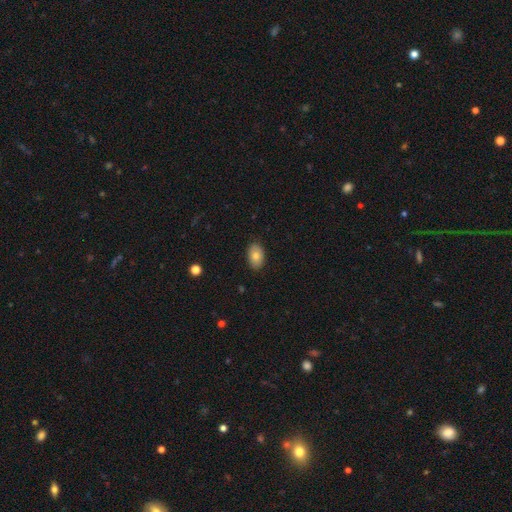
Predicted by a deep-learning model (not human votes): This appears to be a smooth galaxy with no disk features (78%) that is in between round and cigar-shaped (90%). Merging: none (87%).